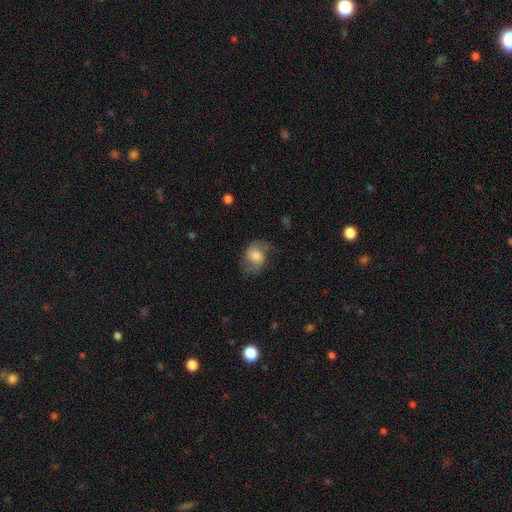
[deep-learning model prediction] The model was most divided on "how rounded": in between: 52%, round: 47%, cigar-shaped: 1%. More confident: merging — none (56%); smooth or featured — smooth (54%).